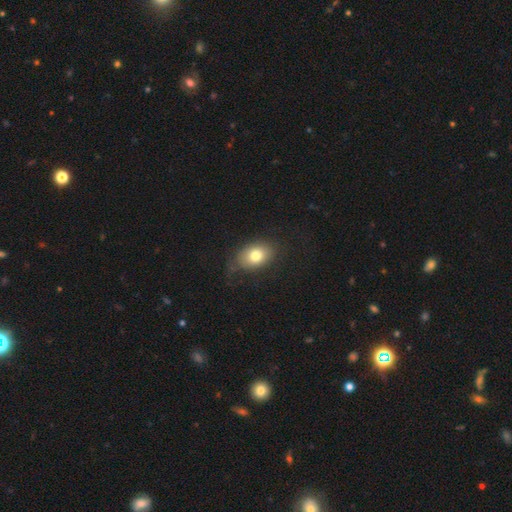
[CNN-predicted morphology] Smooth or featured? Predicted: smooth (p=0.77). How rounded? Predicted: in between (p=0.76). Merging? Predicted: none (p=0.69).